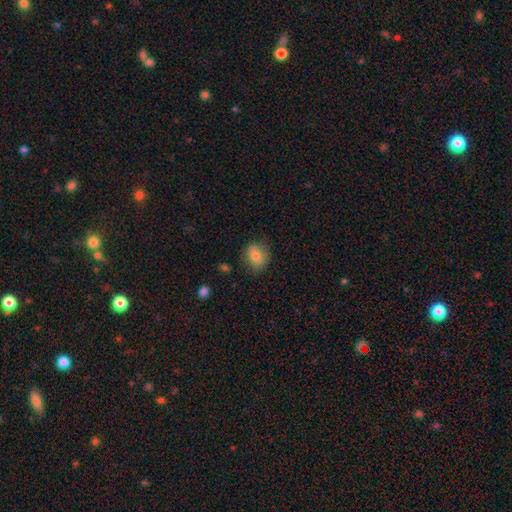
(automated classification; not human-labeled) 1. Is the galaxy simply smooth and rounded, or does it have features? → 78% smooth, 13% featured or disk, 9% star or artifact.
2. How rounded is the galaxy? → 57% round, 42% in between, 1% cigar-shaped.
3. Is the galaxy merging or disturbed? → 77% none, 17% minor disturbance, 5% major disturbance, 2% merger.